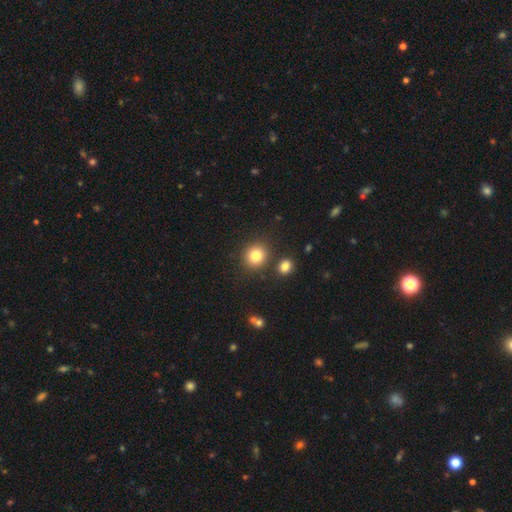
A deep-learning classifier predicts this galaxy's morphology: Overall: smooth (81%). How rounded: round (85%). Merging: none (83%).